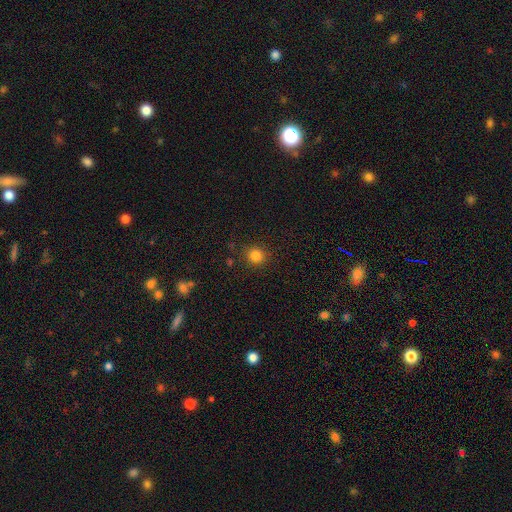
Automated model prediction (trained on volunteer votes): Smooth or featured? Predicted: smooth (p=0.82). How rounded? Predicted: round (p=0.91). Merging? Predicted: none (p=0.88).